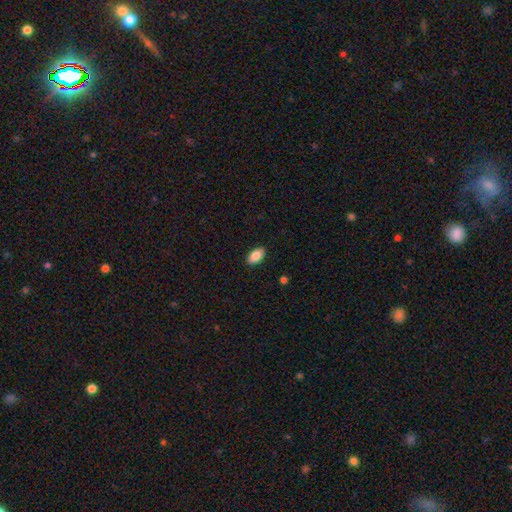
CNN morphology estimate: smooth-or-featured: smooth: 86% | star or artifact: 7% | featured or disk: 6%
  how-rounded: in between: 93% | round: 5% | cigar-shaped: 2%
  merging: none: 90% | minor disturbance: 7% | major disturbance: 2% | merger: 1%